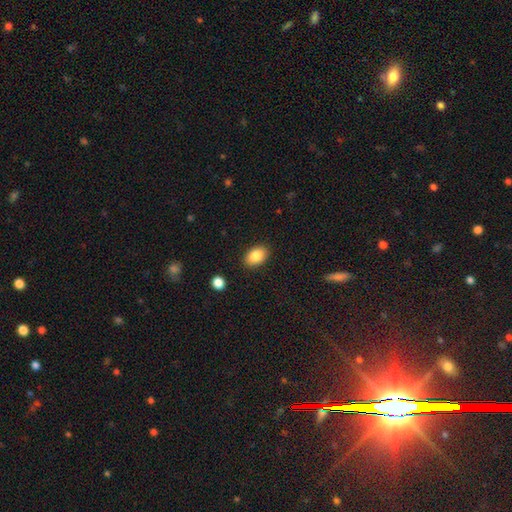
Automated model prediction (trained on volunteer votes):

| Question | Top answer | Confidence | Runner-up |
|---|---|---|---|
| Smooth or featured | smooth | 87% | star or artifact (8%) |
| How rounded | in between | 85% | round (14%) |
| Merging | none | 87% | minor disturbance (9%) |